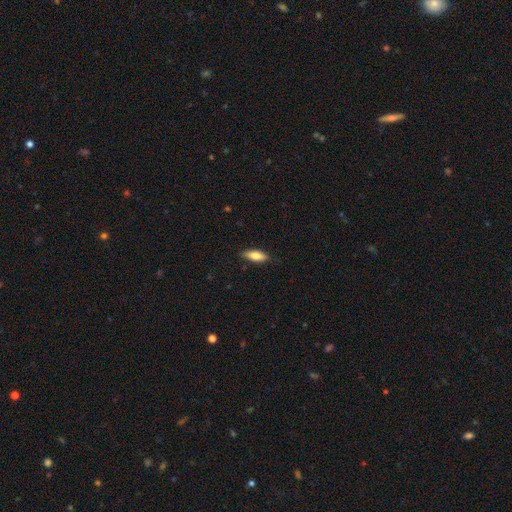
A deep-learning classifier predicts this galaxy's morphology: smooth_or_featured: smooth (p=0.79) [alt: featured or disk p=0.15]
how_rounded: in between (p=0.65) [alt: cigar-shaped p=0.33]
merging: none (p=0.85) [alt: minor disturbance p=0.12]